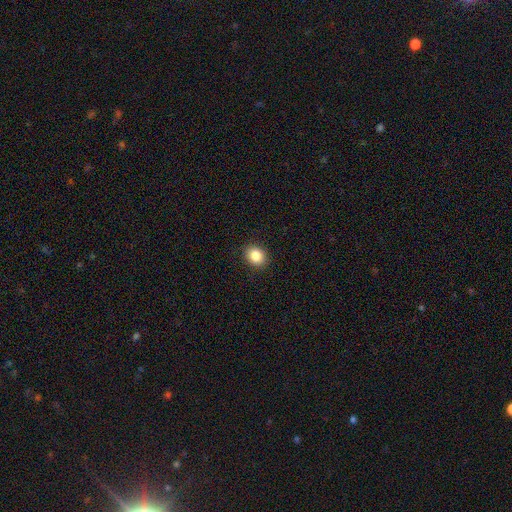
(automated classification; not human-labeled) smooth_or_featured: smooth (p=0.86) [alt: star or artifact p=0.09]
how_rounded: round (p=0.58) [alt: in between p=0.42]
merging: none (p=0.91) [alt: minor disturbance p=0.07]